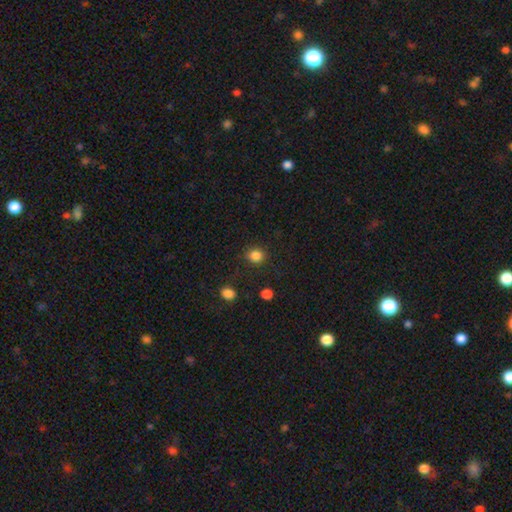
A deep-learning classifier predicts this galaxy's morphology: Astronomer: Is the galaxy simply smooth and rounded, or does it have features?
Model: smooth — 85%.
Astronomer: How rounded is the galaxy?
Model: round — 80%.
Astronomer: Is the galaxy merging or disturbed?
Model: none — 85%.